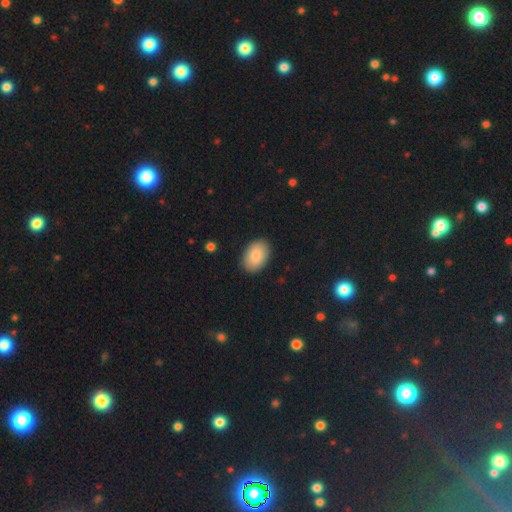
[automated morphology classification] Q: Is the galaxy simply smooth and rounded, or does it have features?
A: smooth — 85%.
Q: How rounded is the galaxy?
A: in between — 88%.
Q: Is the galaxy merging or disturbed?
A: none — 89%.